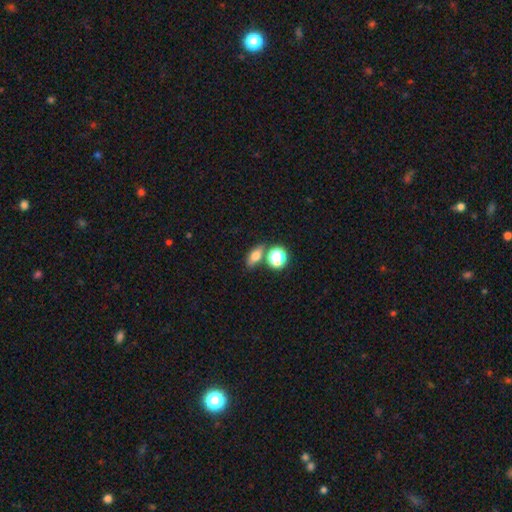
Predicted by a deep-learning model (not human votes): This appears to be a smooth galaxy with no disk features (66%) that is in between round and cigar-shaped (65%). Merging: none (68%).